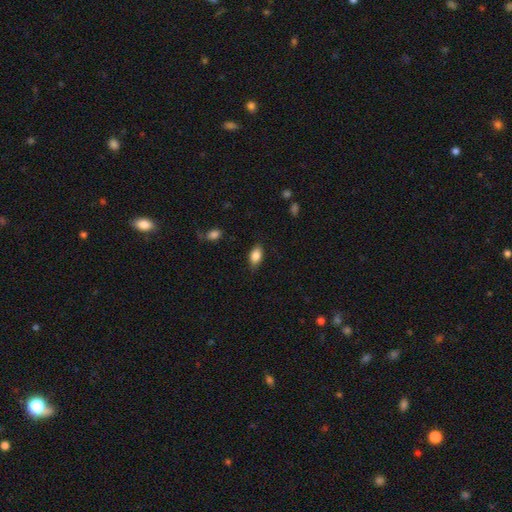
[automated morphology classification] Overall: smooth (85%). How rounded: in between (88%). Merging: none (79%).